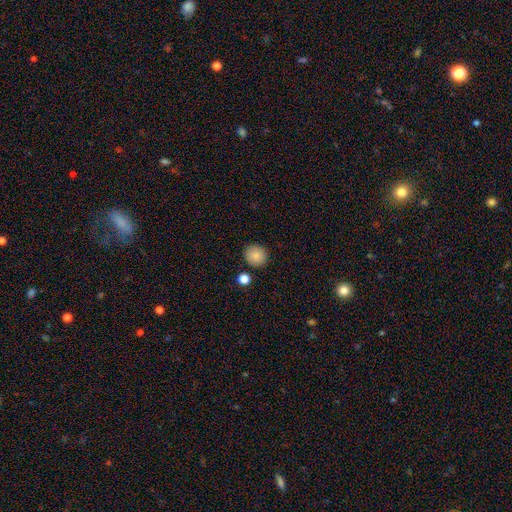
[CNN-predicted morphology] Smooth or featured? Predicted: smooth (p=0.86). How rounded? Predicted: round (p=0.89). Merging? Predicted: none (p=0.88).